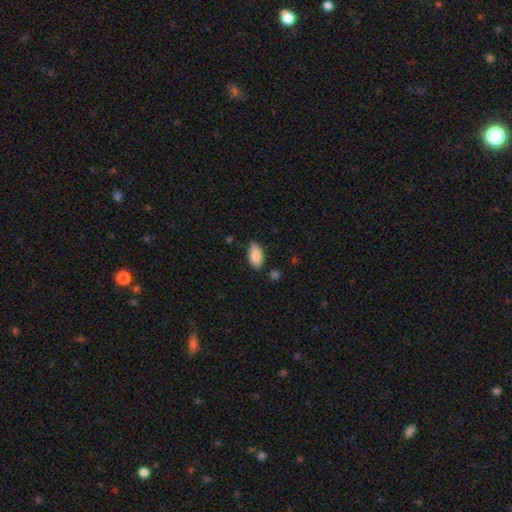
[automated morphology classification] smooth_or_featured: smooth (p=0.88) [alt: star or artifact p=0.07]
how_rounded: in between (p=0.91) [alt: cigar-shaped p=0.07]
merging: none (p=0.78) [alt: minor disturbance p=0.16]